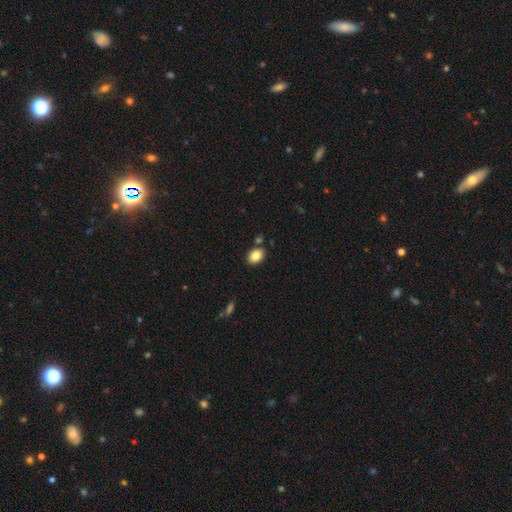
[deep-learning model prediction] smooth-or-featured: smooth: 85% | star or artifact: 8% | featured or disk: 6%
  how-rounded: in between: 76% | round: 23% | cigar-shaped: 1%
  merging: none: 82% | minor disturbance: 10% | merger: 6% | major disturbance: 2%